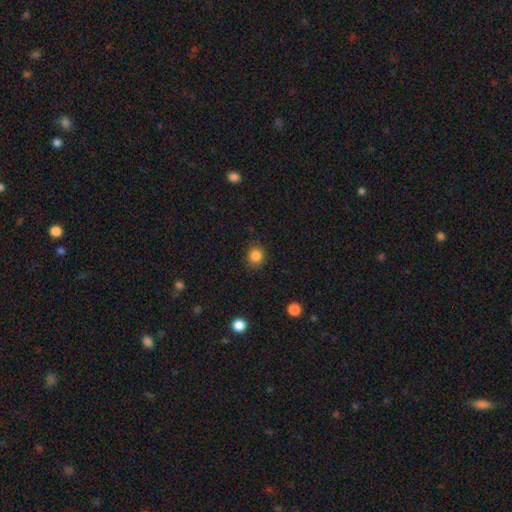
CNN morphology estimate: Smooth or featured? smooth (86%)
How rounded? round (85%)
Merging? none (87%)